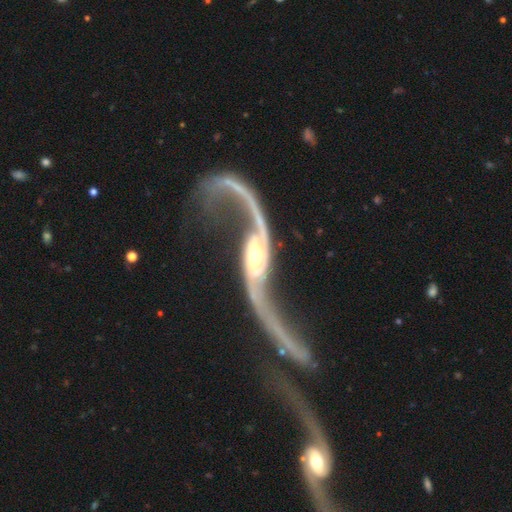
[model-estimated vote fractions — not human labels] Overall: featured or disk (90%). Edge-on disk: no (91%). Bar: no (50%; weak 28%). Spiral arms: yes (92%). Spiral arm count: 2 (88%). Spiral winding: loose (90%). Bulge size: moderate (64%). Merging: major disturbance (37%; none 34%).